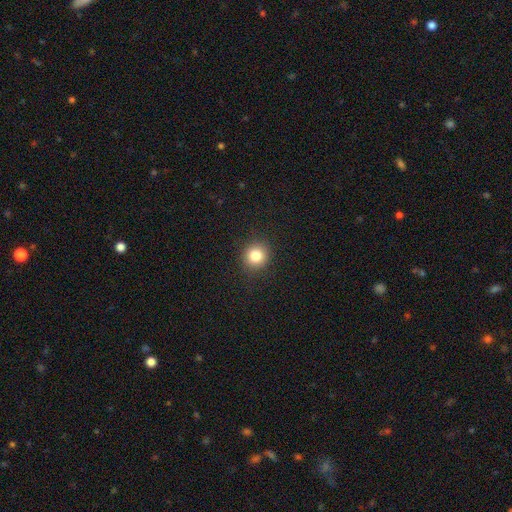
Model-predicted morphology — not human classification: Q: Smooth or featured?
A: smooth (83%); runner-up: star or artifact (11%)
Q: How rounded?
A: round (91%); runner-up: in between (8%)
Q: Merging?
A: none (91%); runner-up: minor disturbance (6%)